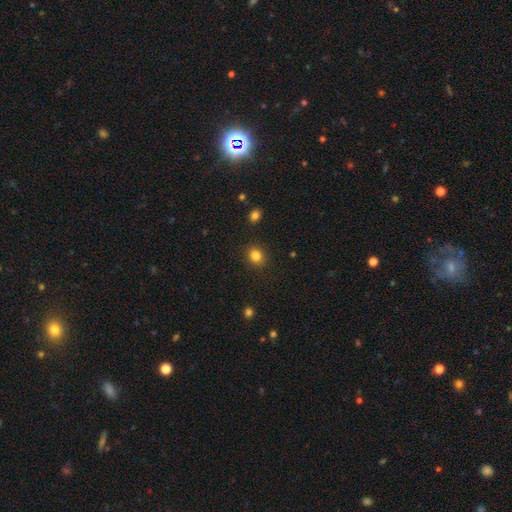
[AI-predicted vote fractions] smooth-or-featured: smooth: 84% | star or artifact: 11% | featured or disk: 5%
  how-rounded: round: 72% | in between: 27% | cigar-shaped: 1%
  merging: none: 89% | minor disturbance: 7% | major disturbance: 2% | merger: 1%